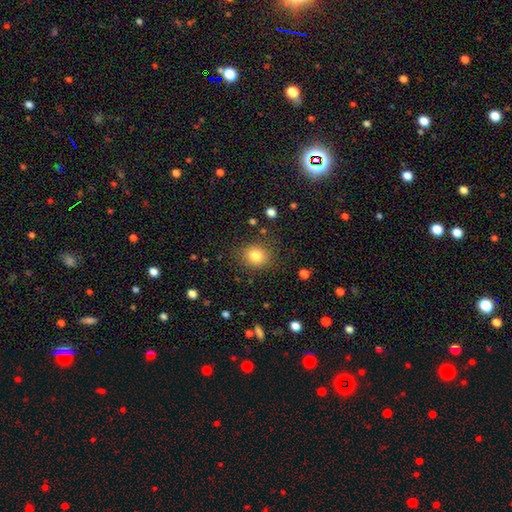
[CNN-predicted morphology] type=smooth (81%); roundness=round (74%); merging=none (84%).